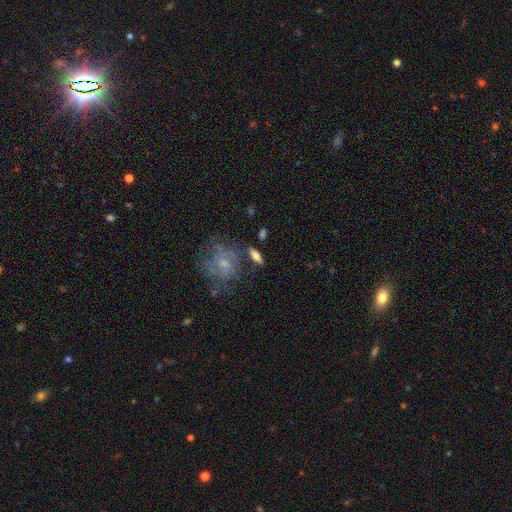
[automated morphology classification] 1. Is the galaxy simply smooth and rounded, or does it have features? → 54% smooth, 37% featured or disk, 9% star or artifact.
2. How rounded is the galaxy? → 54% in between, 39% cigar-shaped, 7% round.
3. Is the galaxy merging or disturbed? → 73% none, 14% minor disturbance, 8% merger, 5% major disturbance.